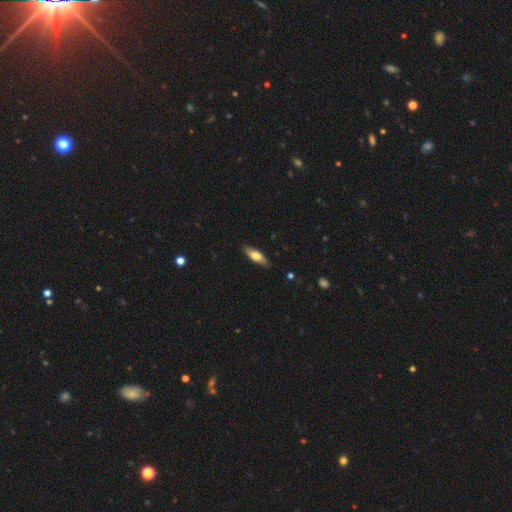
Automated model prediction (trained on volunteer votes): A smooth galaxy with no disk features (70%) that is in between round and cigar-shaped (62%).

Vote fractions:
- Smooth or featured? smooth: 70% / featured or disk: 25% / star or artifact: 6%
- How rounded? in between: 62% / cigar-shaped: 36% / round: 2%
- Merging? none: 85% / minor disturbance: 12% / major disturbance: 2% / merger: 1%